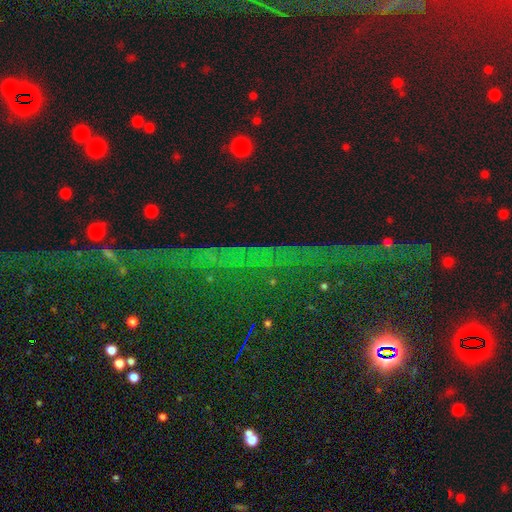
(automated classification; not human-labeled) This is clearly a star or artifact rather than a galaxy (82%).